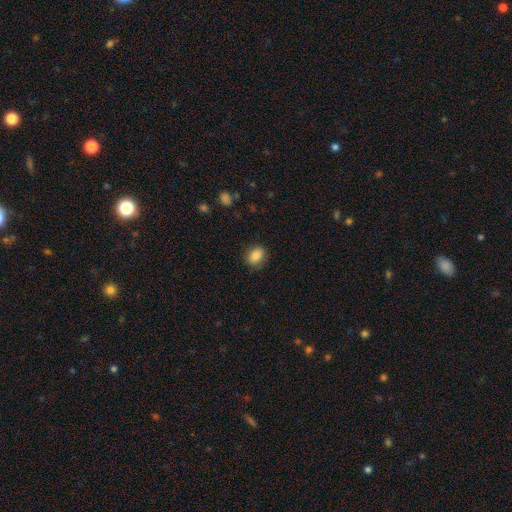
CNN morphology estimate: This appears to be a smooth galaxy with no disk features (87%) that is in between round and cigar-shaped (65%). Merging: none (83%).